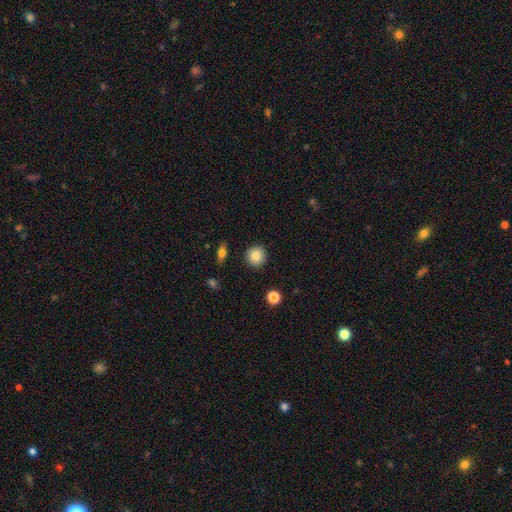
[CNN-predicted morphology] A smooth galaxy with no disk features (85%) that is round (93%). Merging: none (91%).